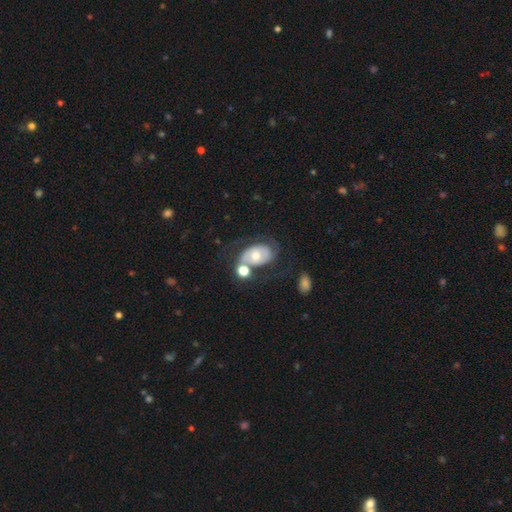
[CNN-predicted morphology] Smooth or featured?
  - featured or disk: 58% *
  - smooth: 34%
  - star or artifact: 8%
Edge-on disk?
  - no: 95% *
  - yes: 5%
Bar?
  - no: 77% *
  - weak: 18%
  - strong: 5%
Spiral arms?
  - yes: 61% *
  - no: 39%
Bulge size?
  - moderate: 69% *
  - small: 20%
  - large: 8%
  - none: 2%
  - dominant: 2%
Merging?
  - none: 36% *
  - merger: 26%
  - major disturbance: 19%
  - minor disturbance: 19%